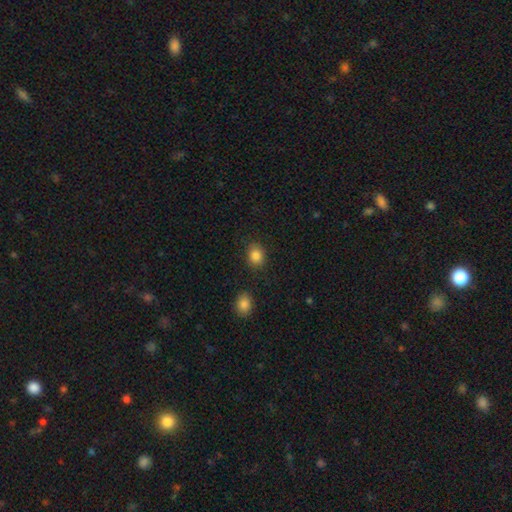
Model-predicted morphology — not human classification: This is clearly a smooth galaxy (86%). How rounded: possibly round (54%). Merging: clearly none (84%).